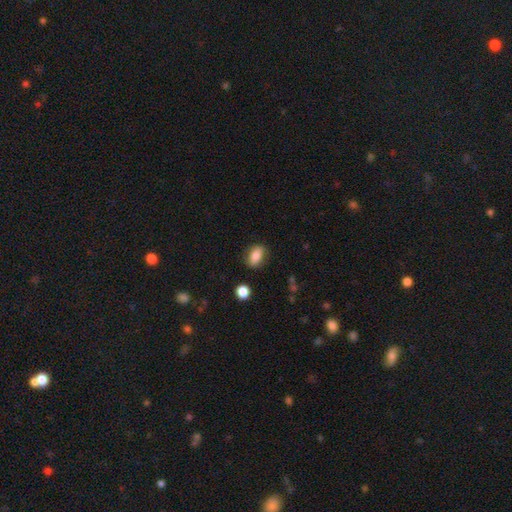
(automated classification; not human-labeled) Smooth or featured?
  - smooth: 83% *
  - featured or disk: 9%
  - star or artifact: 8%
How rounded?
  - in between: 83% *
  - round: 13%
  - cigar-shaped: 4%
Merging?
  - none: 82% *
  - minor disturbance: 13%
  - major disturbance: 3%
  - merger: 2%